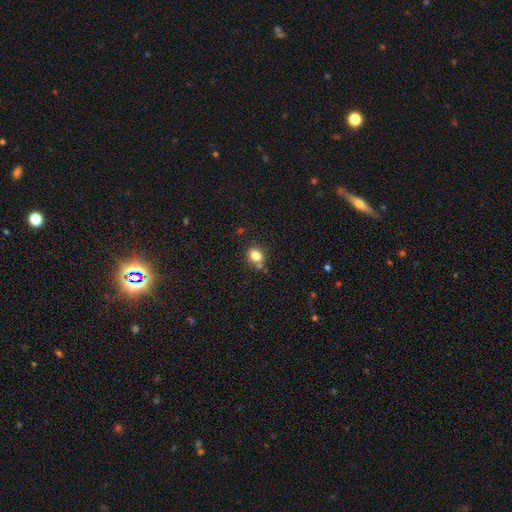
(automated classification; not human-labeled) Smooth or featured? smooth (81%)
How rounded? round (53%)
Merging? none (68%)